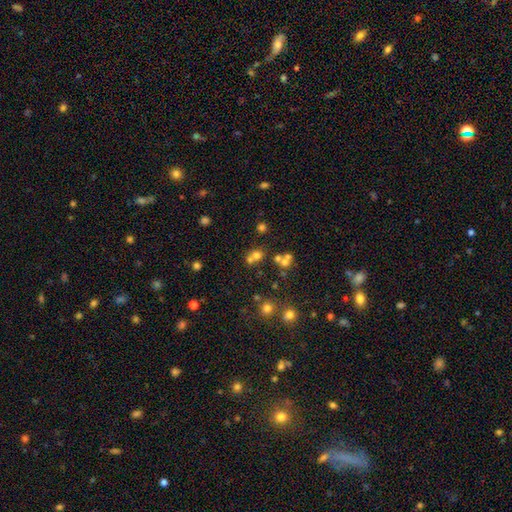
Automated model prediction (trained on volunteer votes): Overall: smooth (61%; star or artifact 24%). How rounded: round (78%). Merging: none (49%; merger 39%).